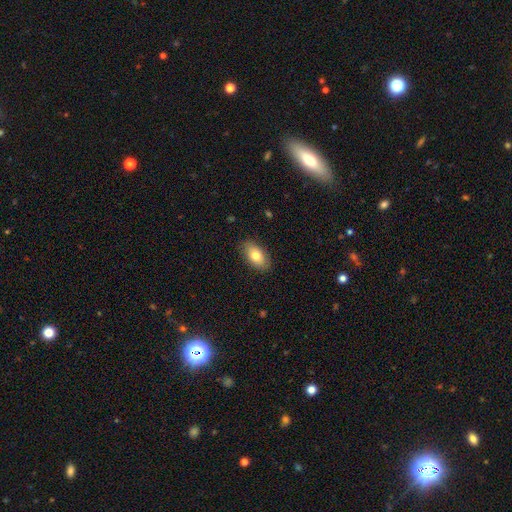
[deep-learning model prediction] A smooth galaxy with no disk features (76%) that is in between round and cigar-shaped (92%). Merging: none (86%).